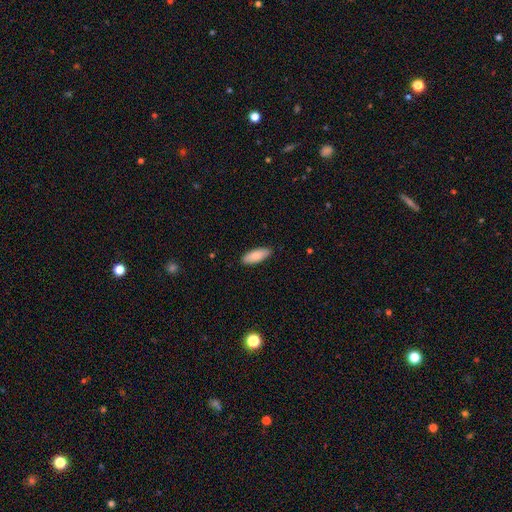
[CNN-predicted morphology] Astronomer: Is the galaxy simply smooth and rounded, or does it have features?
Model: smooth — 86%.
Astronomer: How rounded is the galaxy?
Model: in between — 75%.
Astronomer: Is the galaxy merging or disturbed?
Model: none — 89%.